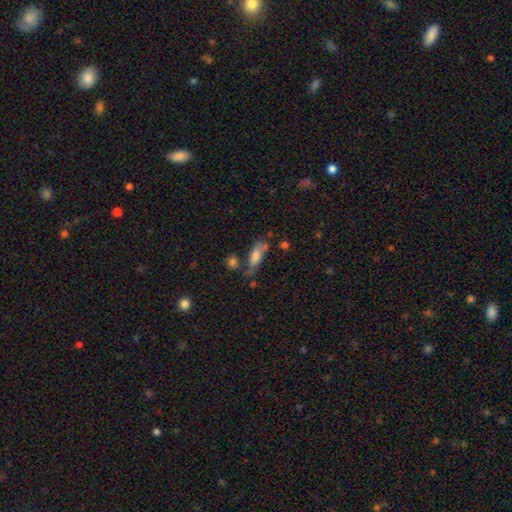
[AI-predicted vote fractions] The model was most divided on "merging": none: 41%, minor disturbance: 24%, merger: 18%, major disturbance: 18%. More confident: how rounded — in between (68%); smooth or featured — smooth (65%).